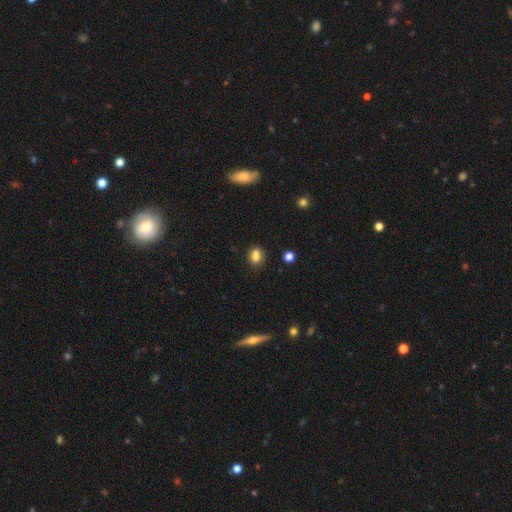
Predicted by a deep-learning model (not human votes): This appears to be a smooth galaxy with no disk features (80%) that is in between round and cigar-shaped (54%). Merging: none (67%).